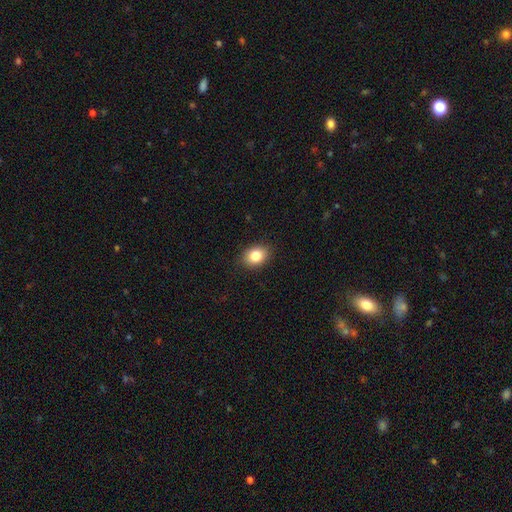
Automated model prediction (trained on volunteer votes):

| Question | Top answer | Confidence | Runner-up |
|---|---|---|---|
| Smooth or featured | smooth | 84% | star or artifact (9%) |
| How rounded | in between | 65% | round (34%) |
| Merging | none | 88% | minor disturbance (9%) |